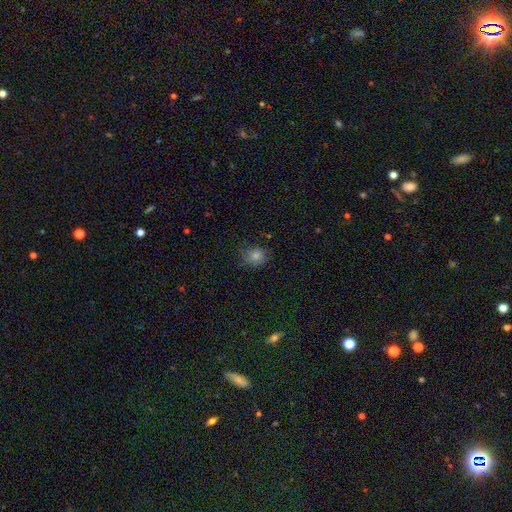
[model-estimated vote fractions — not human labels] Smooth or featured? smooth (67%)
How rounded? round (78%)
Merging? none (74%)